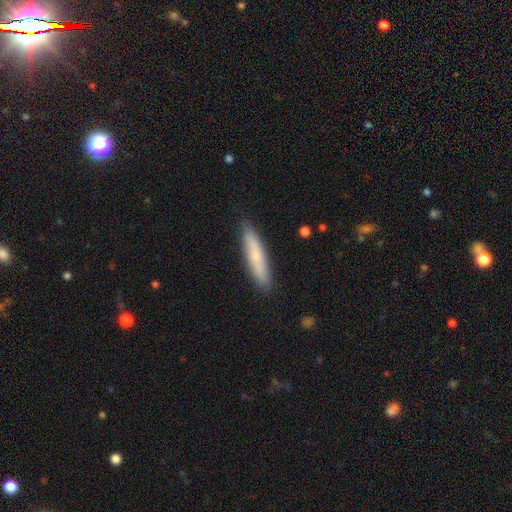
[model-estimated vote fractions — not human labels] The model was most divided on "smooth or featured": smooth: 68%, featured or disk: 26%, star or artifact: 6%. More confident: merging — none (87%); how rounded — cigar-shaped (85%).